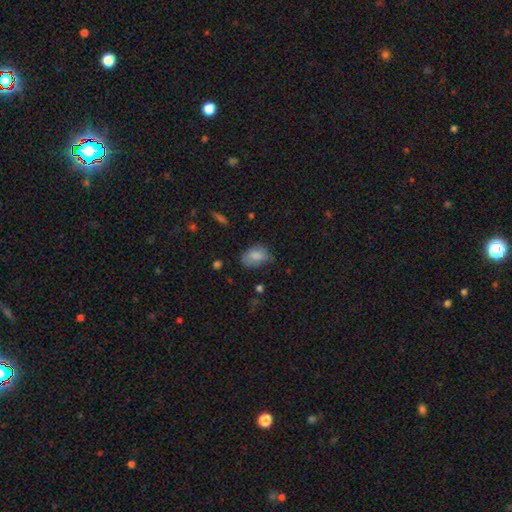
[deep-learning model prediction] Overall: smooth (81%). How rounded: in between (84%). Merging: none (62%; minor disturbance 29%).